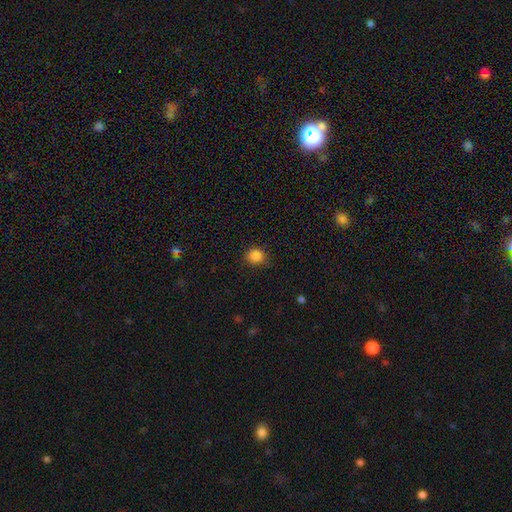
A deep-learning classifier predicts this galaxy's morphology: Overall: smooth (86%). How rounded: round (83%). Merging: none (82%).